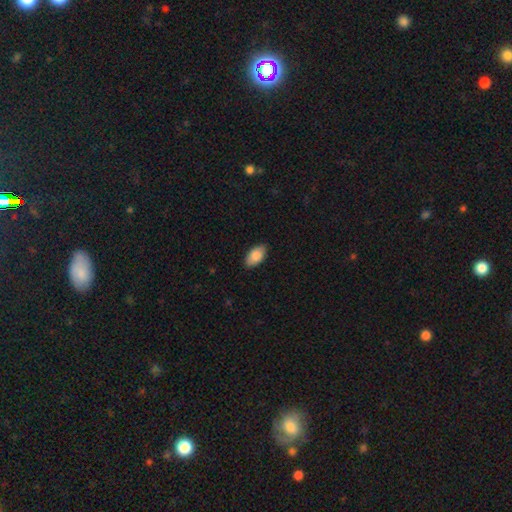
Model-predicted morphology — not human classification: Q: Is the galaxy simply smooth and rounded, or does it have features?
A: smooth — 88%.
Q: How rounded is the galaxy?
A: in between — 95%.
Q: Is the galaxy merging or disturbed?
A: none — 87%.